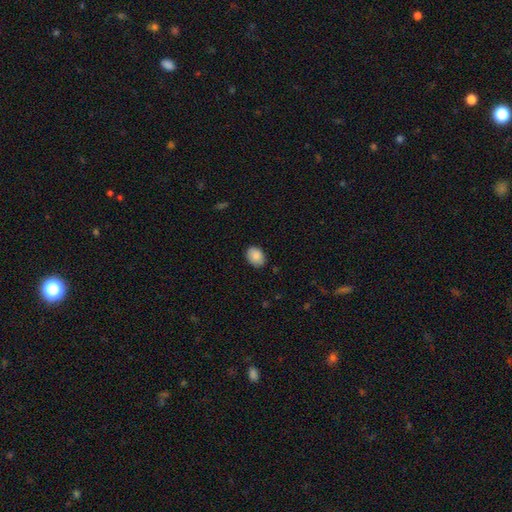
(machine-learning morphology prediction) Overall: smooth (88%). How rounded: in between (70%). Merging: none (85%).